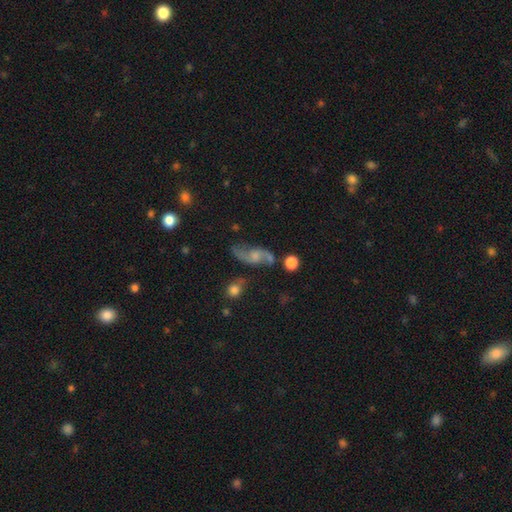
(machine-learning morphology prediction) smooth-or-featured: featured or disk: 77% | smooth: 14% | star or artifact: 9%
  disk-edge-on: no: 93% | yes: 7%
    bar: no: 58% | weak: 35% | strong: 7%
    has-spiral-arms: yes: 93% | no: 7%
      spiral-winding: loose: 73% | medium: 21% | tight: 5%
      spiral-arm-count: 2: 92% | can't tell: 3% | 1: 2% | 3: 1% | 4: 1% | more than 4: 1%
    bulge-size: small: 40% | moderate: 37% | none: 16% | large: 5% | dominant: 2%
  merging: none: 66% | minor disturbance: 17% | major disturbance: 9% | merger: 7%